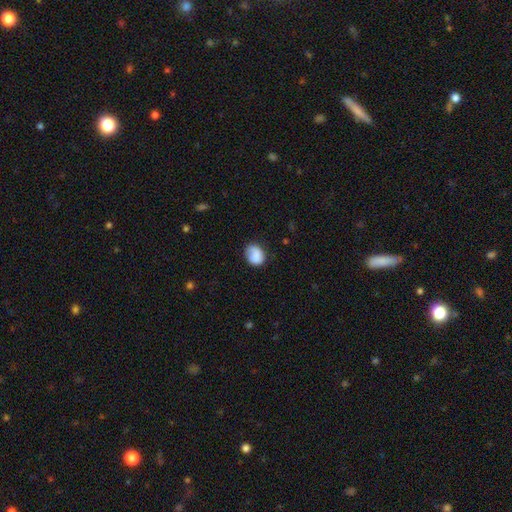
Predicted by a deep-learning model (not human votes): smooth-or-featured: smooth: 80% | featured or disk: 12% | star or artifact: 8%
  how-rounded: round: 50% | in between: 49% | cigar-shaped: 1%
  merging: none: 66% | minor disturbance: 23% | major disturbance: 8% | merger: 2%